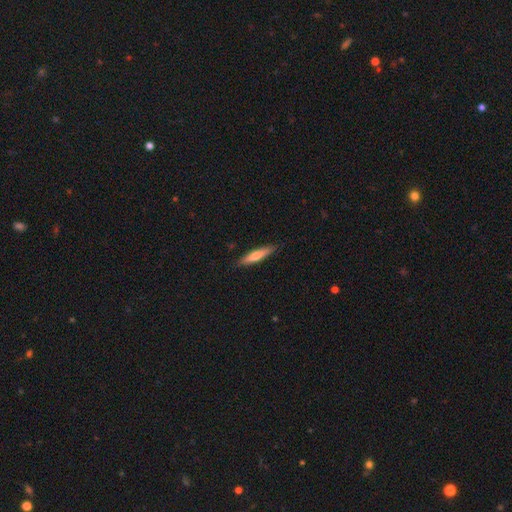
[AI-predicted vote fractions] Smooth or featured? Predicted: smooth (p=0.63). How rounded? Predicted: cigar-shaped (p=0.86). Merging? Predicted: none (p=0.87).